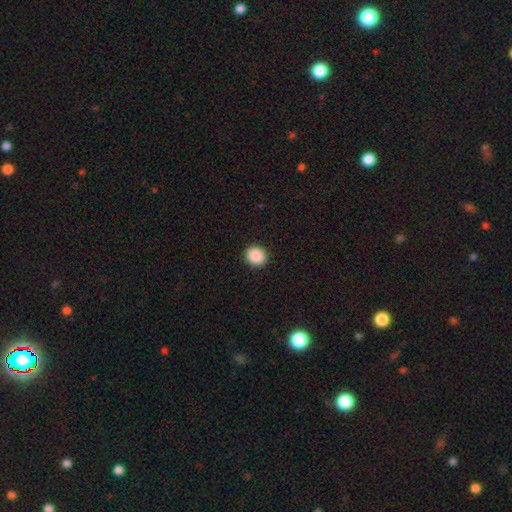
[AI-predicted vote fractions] Q: Smooth or featured?
A: smooth (90%); runner-up: star or artifact (8%)
Q: How rounded?
A: round (82%); runner-up: in between (17%)
Q: Merging?
A: none (92%); runner-up: minor disturbance (5%)